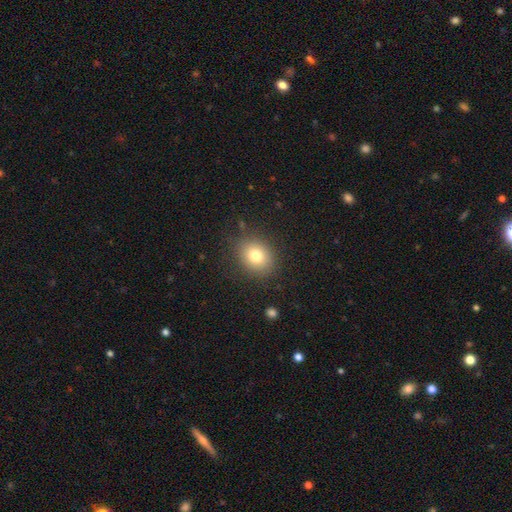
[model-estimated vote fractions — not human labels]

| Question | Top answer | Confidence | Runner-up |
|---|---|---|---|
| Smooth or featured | smooth | 78% | star or artifact (11%) |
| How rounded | round | 54% | in between (45%) |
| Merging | none | 84% | minor disturbance (11%) |